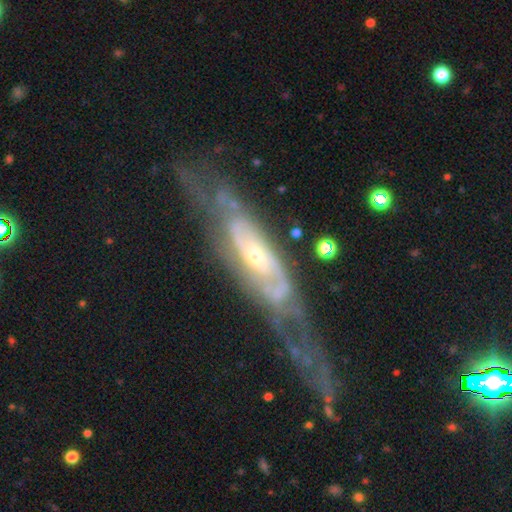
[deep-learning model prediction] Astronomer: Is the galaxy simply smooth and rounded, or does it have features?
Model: featured or disk — 83%.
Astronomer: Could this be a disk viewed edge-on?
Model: no — 75%.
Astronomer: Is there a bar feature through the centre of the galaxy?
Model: no — 60%.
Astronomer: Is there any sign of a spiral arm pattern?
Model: yes — 82%.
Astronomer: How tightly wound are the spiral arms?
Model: tight — 55% (runner-up: medium, 32%).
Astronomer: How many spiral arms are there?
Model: can't tell — 53% (runner-up: 2, 30%).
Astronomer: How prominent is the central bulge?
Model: small — 60%.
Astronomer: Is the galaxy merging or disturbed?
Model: none — 53%.